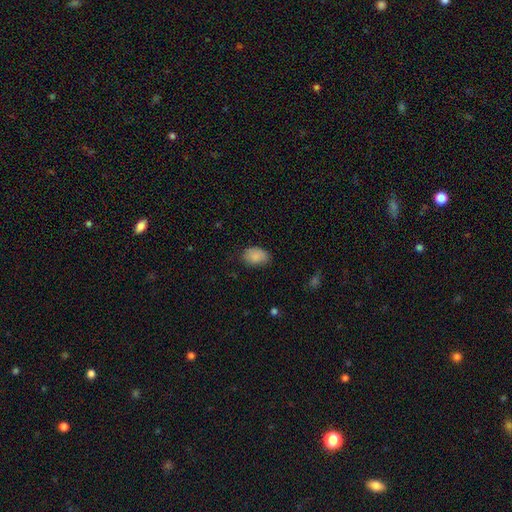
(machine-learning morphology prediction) This is clearly a smooth galaxy (87%). How rounded: clearly in between (85%). Merging: likely none (75%).